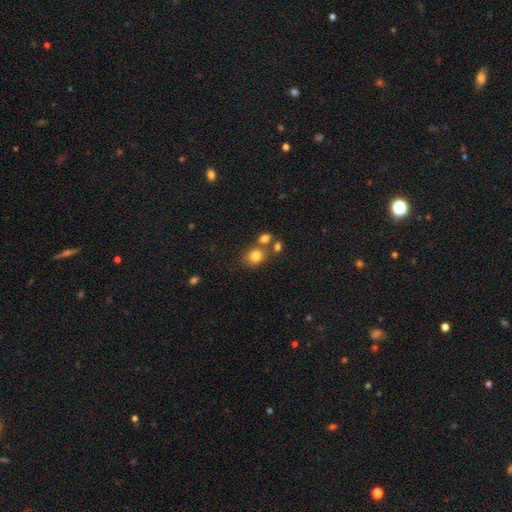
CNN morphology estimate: A smooth galaxy with no disk features (80%) that is round (62%). Merging: none (57%).